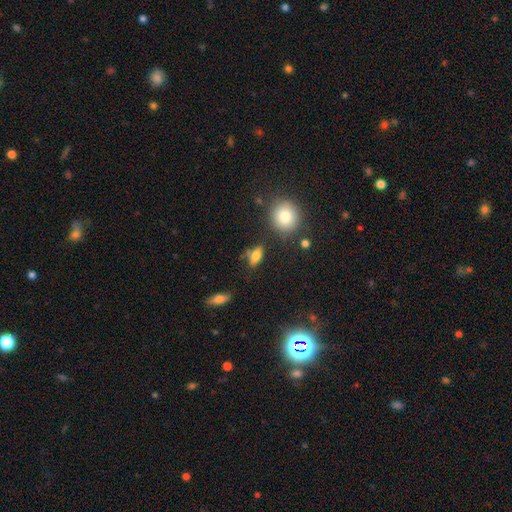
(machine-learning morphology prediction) Q: Smooth or featured?
A: smooth (72%); runner-up: featured or disk (17%)
Q: How rounded?
A: in between (76%); runner-up: cigar-shaped (14%)
Q: Merging?
A: none (69%); runner-up: minor disturbance (18%)